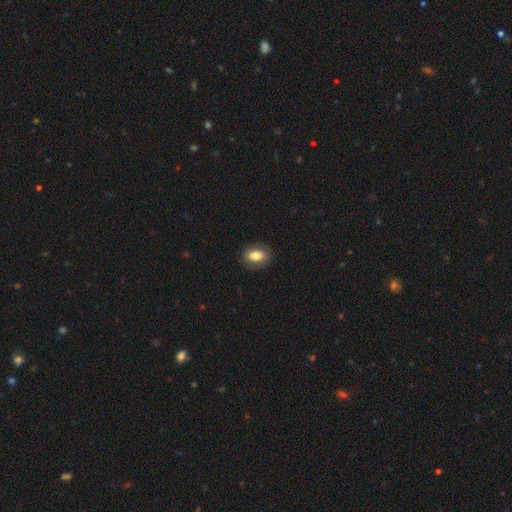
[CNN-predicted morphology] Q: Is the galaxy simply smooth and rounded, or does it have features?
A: smooth — 81%.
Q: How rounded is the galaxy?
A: in between — 77%.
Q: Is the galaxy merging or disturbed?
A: none — 85%.